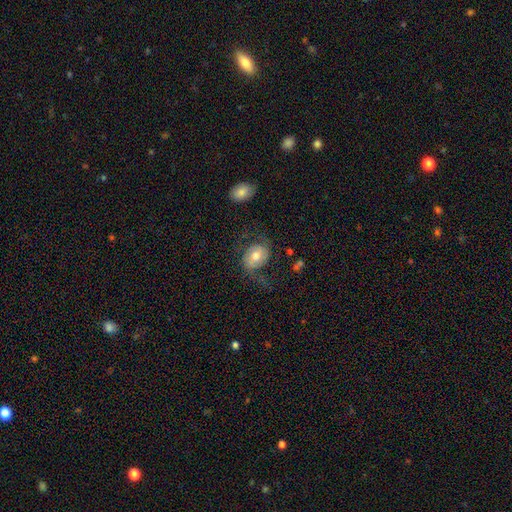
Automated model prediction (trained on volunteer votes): A featured or disk galaxy (49%).

Vote fractions:
- Smooth or featured? featured or disk: 49% / smooth: 43% / star or artifact: 8%
- Merging? none: 58% / major disturbance: 21% / minor disturbance: 19% / merger: 2%